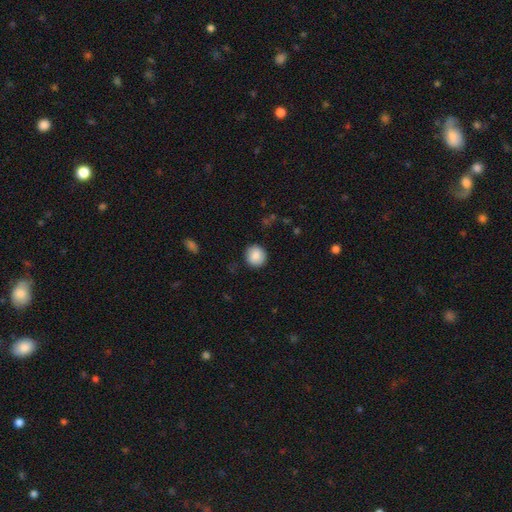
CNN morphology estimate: Smooth or featured? smooth (87%)
How rounded? round (88%)
Merging? none (88%)